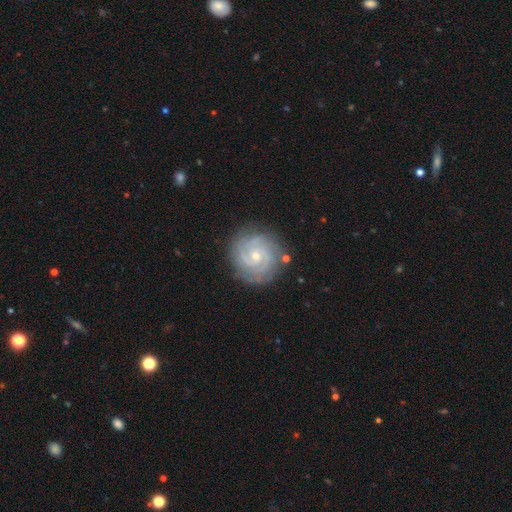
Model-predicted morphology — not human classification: Smooth or featured? Predicted: featured or disk (p=0.87). Edge-on disk? Predicted: no (p=0.98). Bar? Predicted: no (p=0.65). Spiral arms? Predicted: yes (p=0.98). Spiral winding? Predicted: tight (p=0.75). Spiral arm count? Predicted: 2 (p=0.32). Bulge size? Predicted: small (p=0.60). Merging? Predicted: none (p=0.83).